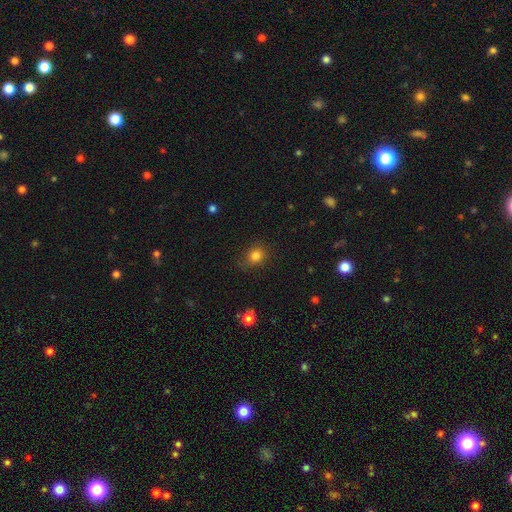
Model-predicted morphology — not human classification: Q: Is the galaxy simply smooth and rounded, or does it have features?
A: smooth — 81%.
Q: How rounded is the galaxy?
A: round — 60%.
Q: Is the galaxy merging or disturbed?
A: none — 77%.